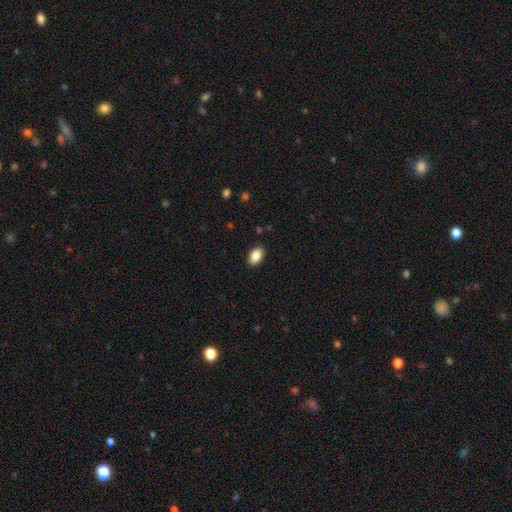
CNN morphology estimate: A smooth galaxy with no disk features (87%) that is in between round and cigar-shaped (91%). Merging: none (89%).